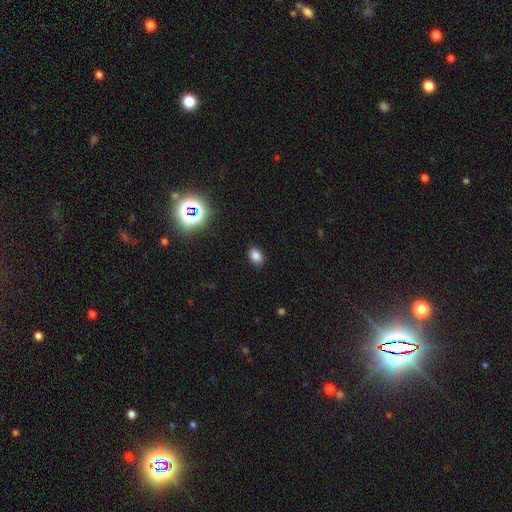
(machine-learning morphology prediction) Smooth or featured: smooth — 82% (star or artifact — 14%)
How rounded: in between — 74% (round — 25%)
Merging: none — 88% (minor disturbance — 8%)